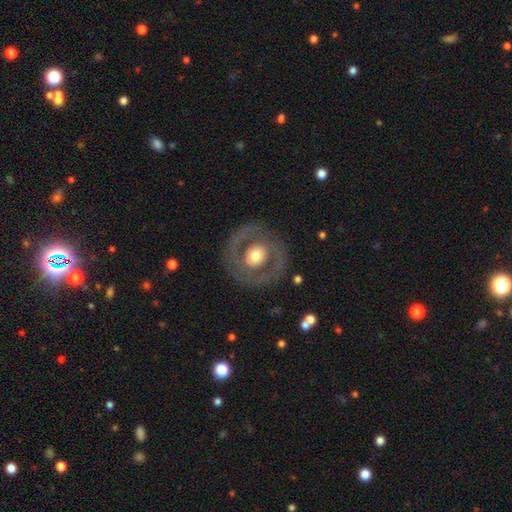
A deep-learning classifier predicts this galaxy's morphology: featured or disk 61%, smooth 34%, star or artifact 6%. Down the decision tree: edge-on disk — no (96%); bar — no (74%); spiral arms — no (69%); bulge size — moderate (60%); merging — none (82%).